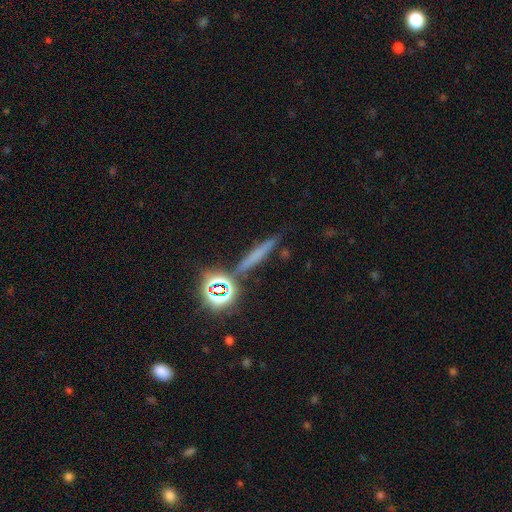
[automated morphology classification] A smooth galaxy with no disk features (47%). Merging: none (80%).